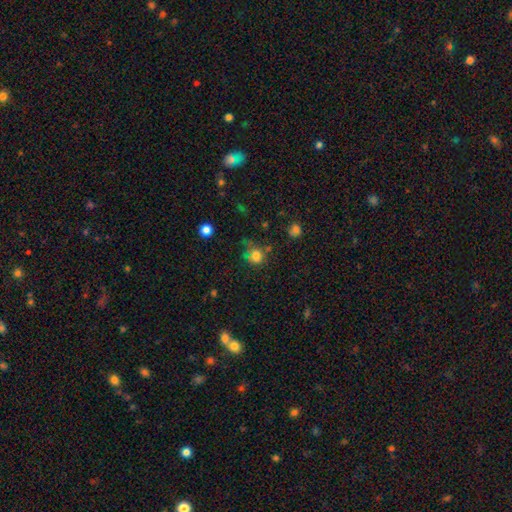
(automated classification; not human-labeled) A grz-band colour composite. It shows a smooth galaxy with no disk features (78%) that is round (77%). Merging: none (57%).